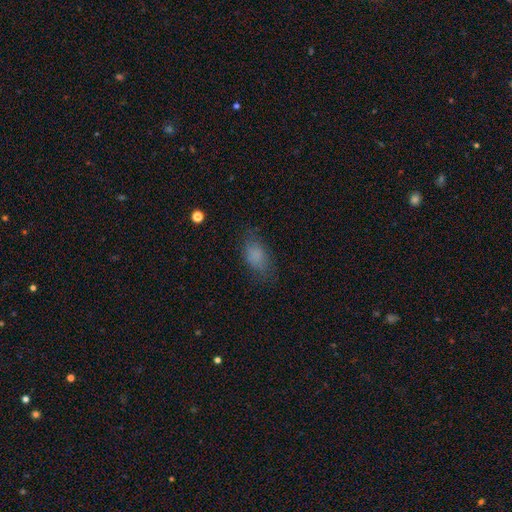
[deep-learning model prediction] A smooth galaxy with no disk features (80%) that is in between round and cigar-shaped (88%).

Vote fractions:
- Smooth or featured? smooth: 80% / star or artifact: 10% / featured or disk: 10%
- How rounded? in between: 88% / round: 8% / cigar-shaped: 4%
- Merging? none: 72% / minor disturbance: 19% / major disturbance: 8% / merger: 1%